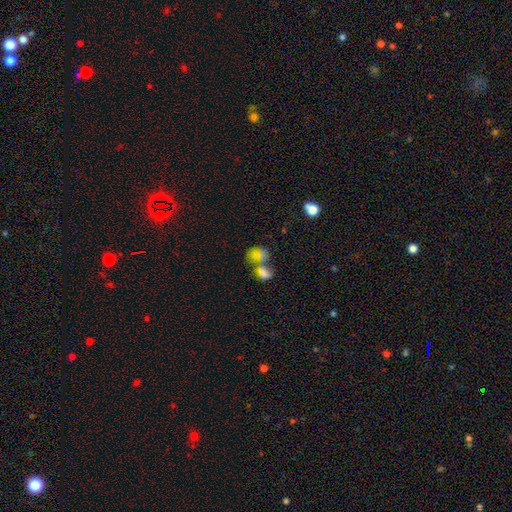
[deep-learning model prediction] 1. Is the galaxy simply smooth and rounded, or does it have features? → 44% smooth, 35% star or artifact, 21% featured or disk.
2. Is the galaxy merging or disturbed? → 42% none, 38% merger, 11% minor disturbance, 9% major disturbance.